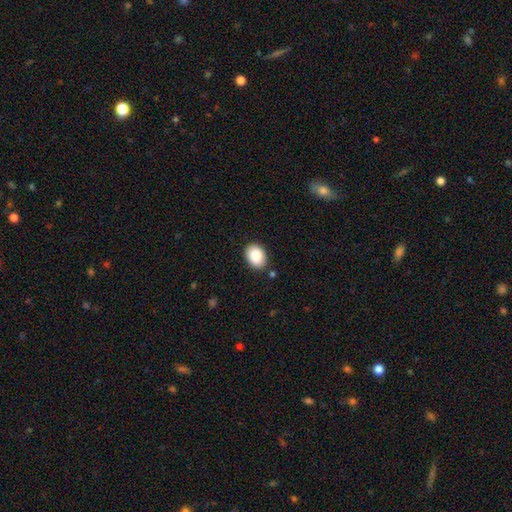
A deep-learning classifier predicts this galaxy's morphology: Overall: smooth (88%). How rounded: in between (67%; round 32%). Merging: none (86%).